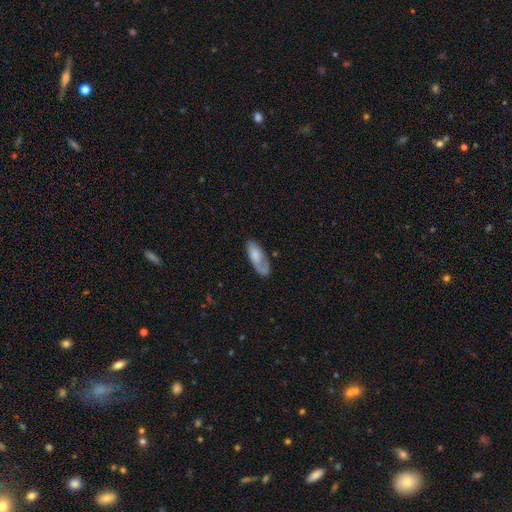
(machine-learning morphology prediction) Q: Smooth or featured?
A: smooth (68%); runner-up: featured or disk (26%)
Q: How rounded?
A: in between (77%); runner-up: cigar-shaped (21%)
Q: Merging?
A: none (57%); runner-up: minor disturbance (25%)